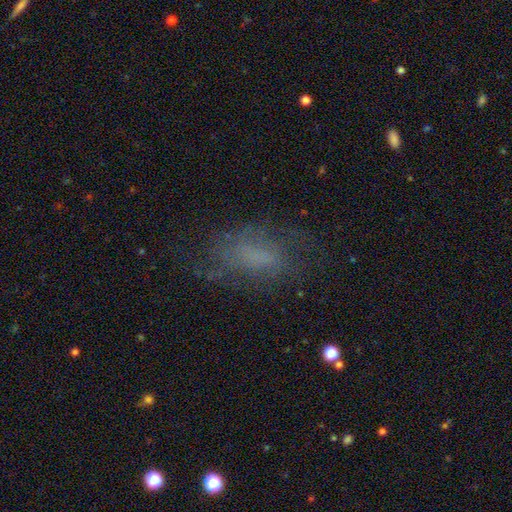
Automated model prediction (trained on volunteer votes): smooth_or_featured: smooth (p=0.49) [alt: featured or disk p=0.34]
merging: none (p=0.59) [alt: minor disturbance p=0.22]